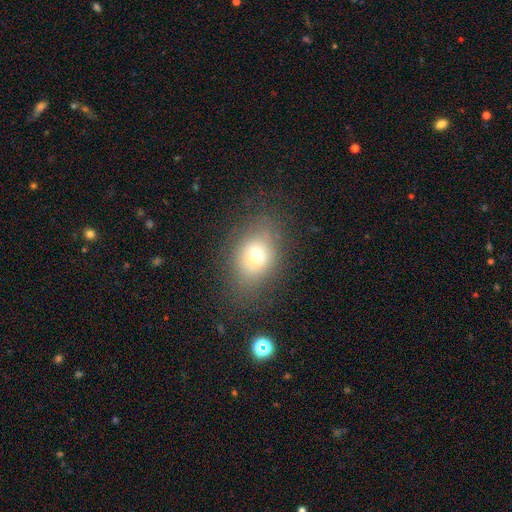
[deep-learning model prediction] A smooth galaxy with no disk features (69%) that is in between round and cigar-shaped (63%). Merging: none (74%).